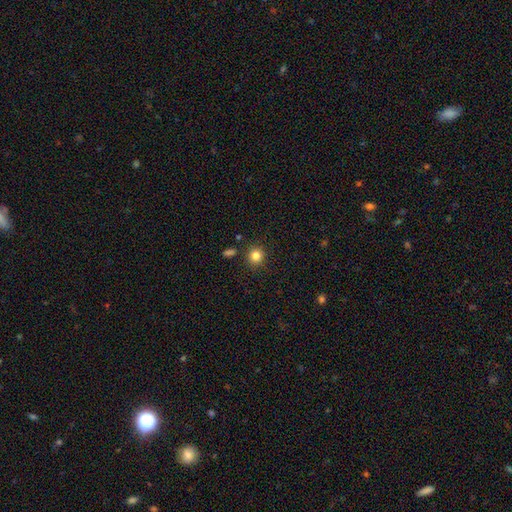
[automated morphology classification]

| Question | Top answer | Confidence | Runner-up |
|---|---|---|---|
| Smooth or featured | smooth | 83% | star or artifact (12%) |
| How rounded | round | 91% | in between (8%) |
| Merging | none | 88% | minor disturbance (7%) |